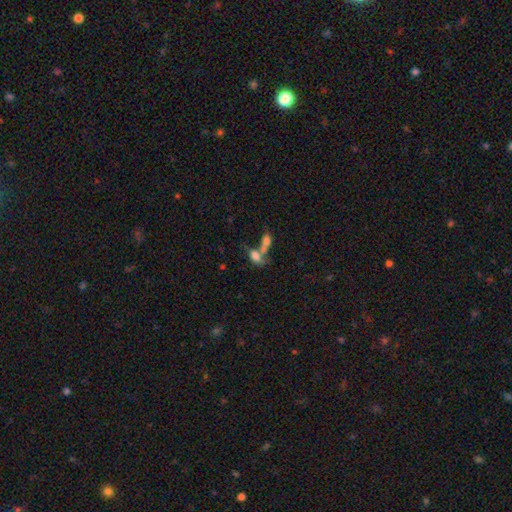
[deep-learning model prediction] smooth_or_featured: smooth (p=0.69) [alt: featured or disk p=0.19]
how_rounded: in between (p=0.84) [alt: round p=0.08]
merging: merger (p=0.64) [alt: none p=0.20]